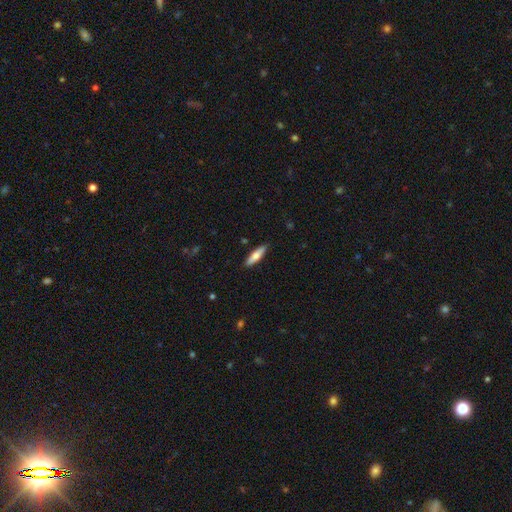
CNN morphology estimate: A smooth galaxy with no disk features (64%) that is cigar-shaped (66%). Merging: none (88%).